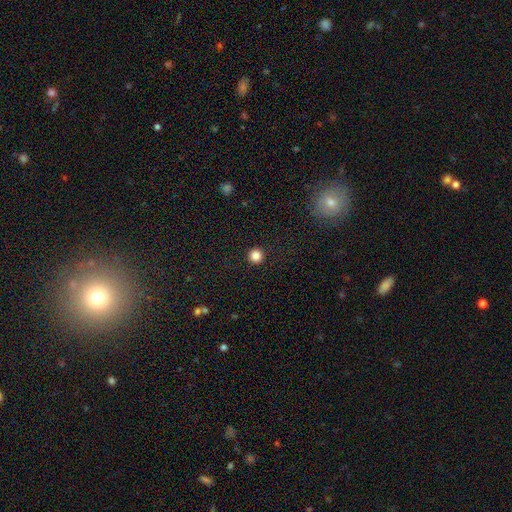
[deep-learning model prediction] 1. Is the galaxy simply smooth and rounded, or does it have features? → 86% smooth, 11% star or artifact, 4% featured or disk.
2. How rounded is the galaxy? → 96% round, 3% in between, 1% cigar-shaped.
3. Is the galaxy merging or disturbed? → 93% none, 4% minor disturbance, 2% major disturbance, 1% merger.